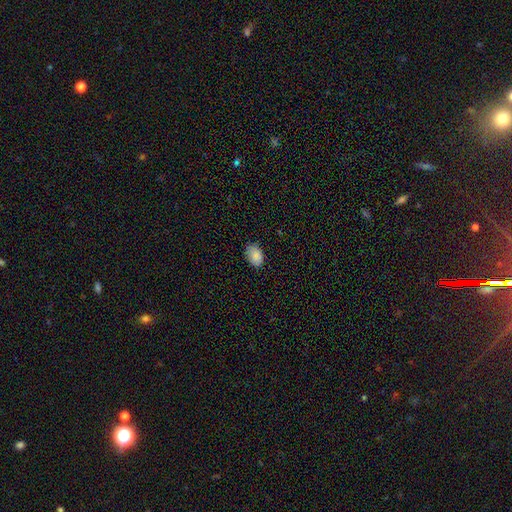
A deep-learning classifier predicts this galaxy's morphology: type=smooth (88%); roundness=in between (86%); merging=none (78%).